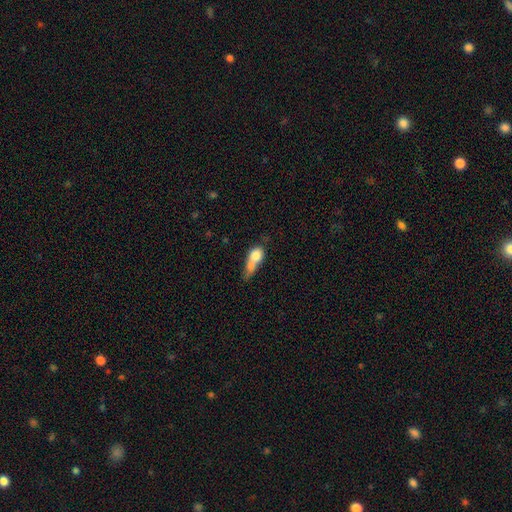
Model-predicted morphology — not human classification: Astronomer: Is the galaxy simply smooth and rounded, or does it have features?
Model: smooth — 71%.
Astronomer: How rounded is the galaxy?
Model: in between — 55% (runner-up: round, 31%).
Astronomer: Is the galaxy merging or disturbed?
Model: merger — 53%.